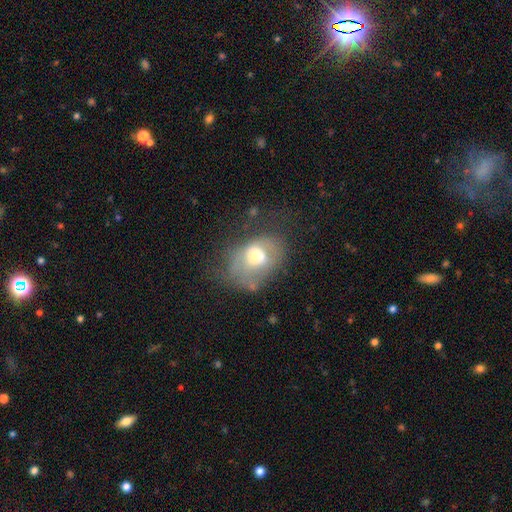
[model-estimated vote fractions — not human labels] smooth_or_featured: smooth (p=0.50) [alt: featured or disk p=0.40]
merging: major disturbance (p=0.30) [alt: none p=0.25]